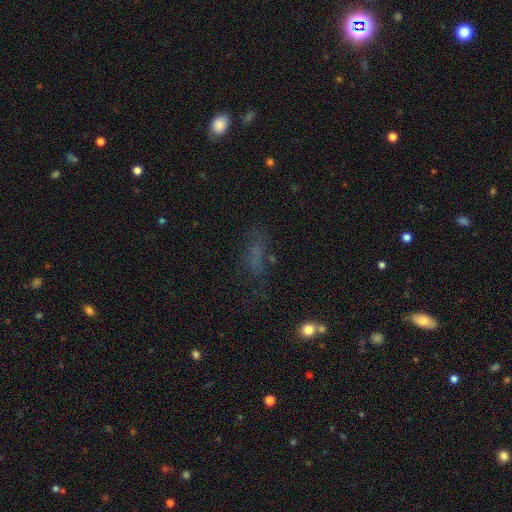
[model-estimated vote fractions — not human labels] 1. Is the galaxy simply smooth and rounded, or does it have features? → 54% smooth, 25% star or artifact, 21% featured or disk.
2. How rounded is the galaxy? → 53% in between, 41% cigar-shaped, 6% round.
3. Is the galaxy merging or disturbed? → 57% none, 21% minor disturbance, 18% major disturbance, 4% merger.